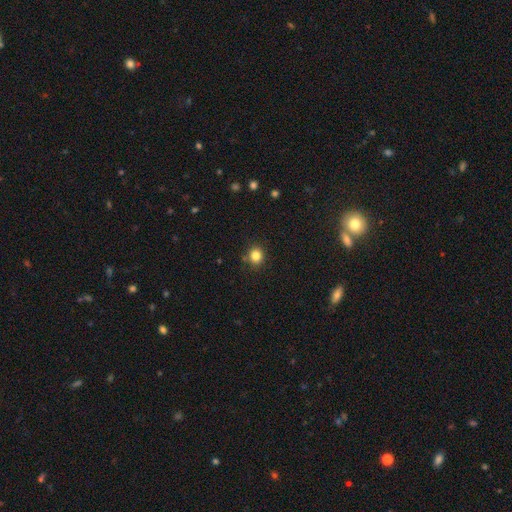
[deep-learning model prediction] This appears to be a smooth galaxy with no disk features (83%) that is round (83%). Merging: none (85%).